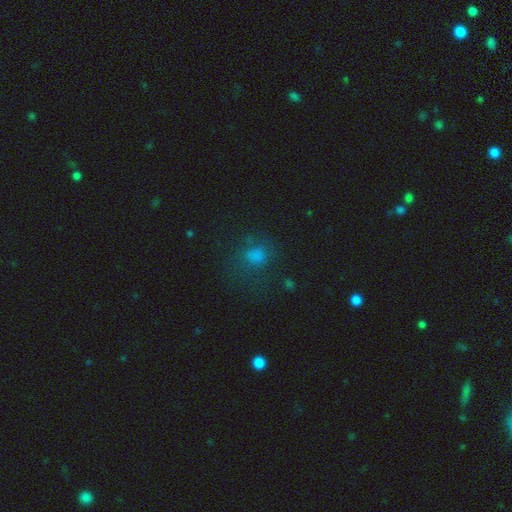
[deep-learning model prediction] Smooth or featured: smooth — 64% (star or artifact — 24%)
How rounded: round — 63% (in between — 35%)
Merging: none — 62% (minor disturbance — 19%)